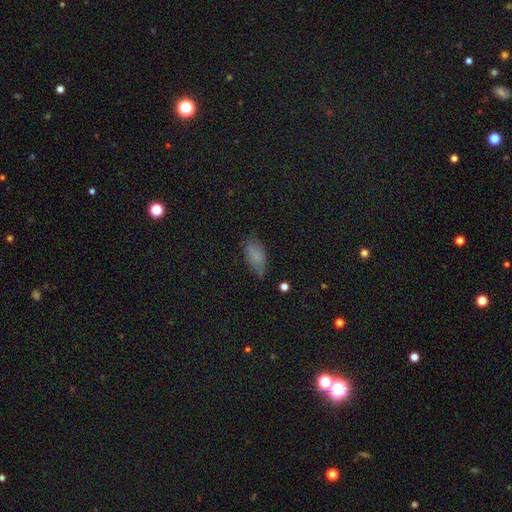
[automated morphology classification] smooth_or_featured: smooth (p=0.78) [alt: star or artifact p=0.12]
how_rounded: in between (p=0.89) [alt: cigar-shaped p=0.07]
merging: none (p=0.58) [alt: minor disturbance p=0.31]